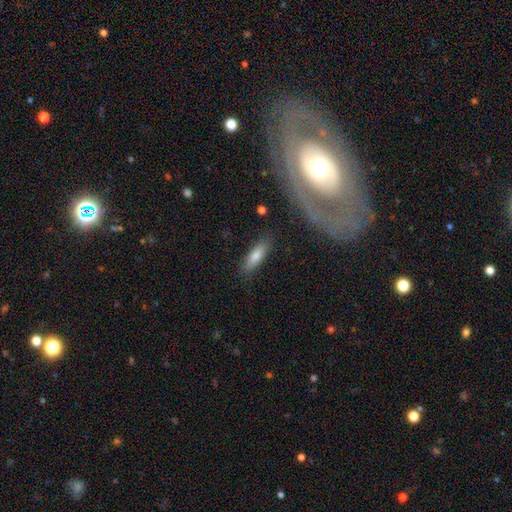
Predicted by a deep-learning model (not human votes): Morphology: type=smooth (71%); roundness=cigar-shaped (51%); merging=none (82%).